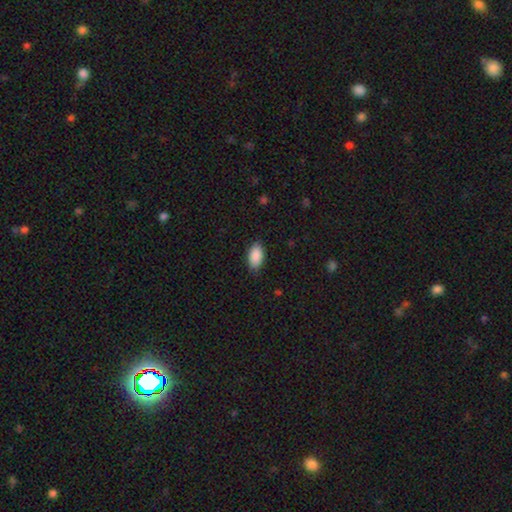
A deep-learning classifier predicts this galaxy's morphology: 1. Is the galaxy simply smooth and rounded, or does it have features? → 90% smooth, 6% star or artifact, 3% featured or disk.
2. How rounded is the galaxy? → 94% in between, 3% round, 3% cigar-shaped.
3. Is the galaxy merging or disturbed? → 85% none, 12% minor disturbance, 3% major disturbance, 1% merger.